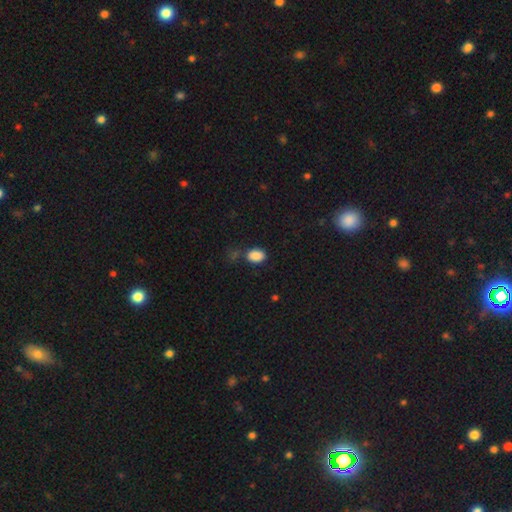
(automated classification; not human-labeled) smooth-or-featured: smooth: 88% | star or artifact: 9% | featured or disk: 3%
  how-rounded: in between: 82% | round: 17% | cigar-shaped: 1%
  merging: none: 69% | minor disturbance: 18% | merger: 7% | major disturbance: 6%